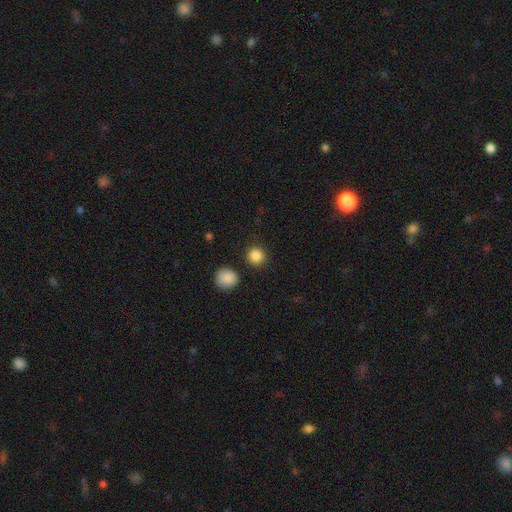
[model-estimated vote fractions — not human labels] A smooth galaxy with no disk features (86%) that is round (94%). Merging: none (89%).